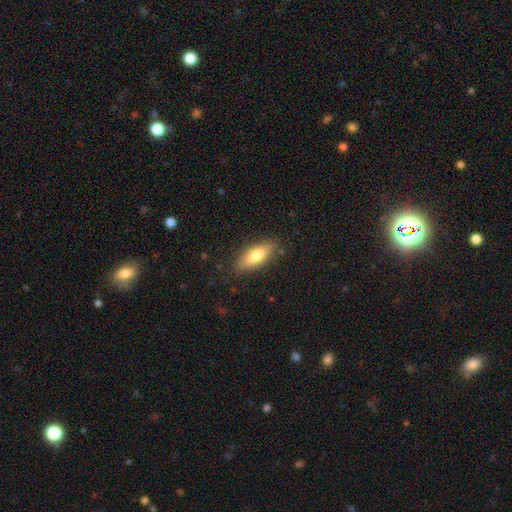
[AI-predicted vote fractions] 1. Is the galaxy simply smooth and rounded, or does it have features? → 68% smooth, 26% featured or disk, 6% star or artifact.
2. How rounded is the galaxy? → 60% in between, 37% cigar-shaped, 3% round.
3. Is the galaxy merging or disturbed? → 85% none, 11% minor disturbance, 3% major disturbance, 1% merger.